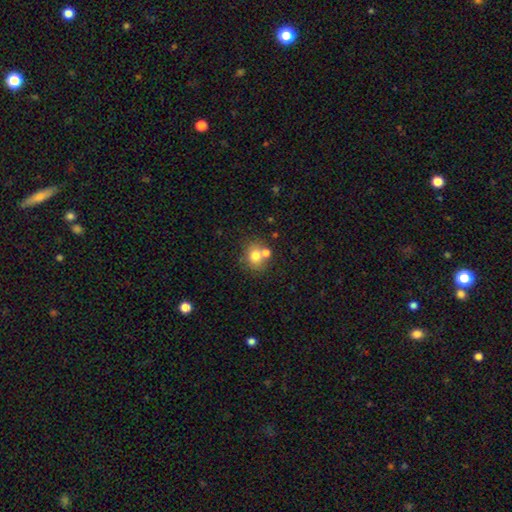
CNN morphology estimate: smooth 74%, featured or disk 14%, star or artifact 12%. Down the decision tree: how rounded — round (75%); merging — none (58%).